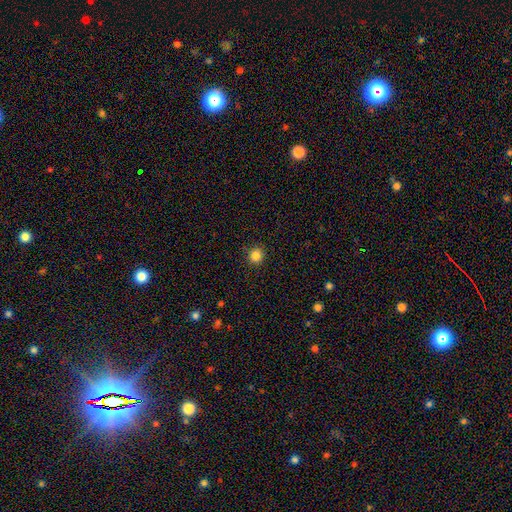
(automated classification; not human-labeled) This is clearly a smooth galaxy (85%). How rounded: clearly round (93%). Merging: clearly none (91%).